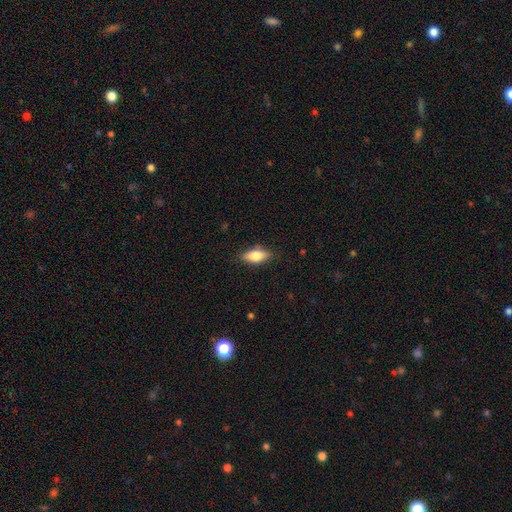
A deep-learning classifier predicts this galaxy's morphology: Smooth or featured? Predicted: smooth (p=0.75). How rounded? Predicted: in between (p=0.81). Merging? Predicted: none (p=0.84).